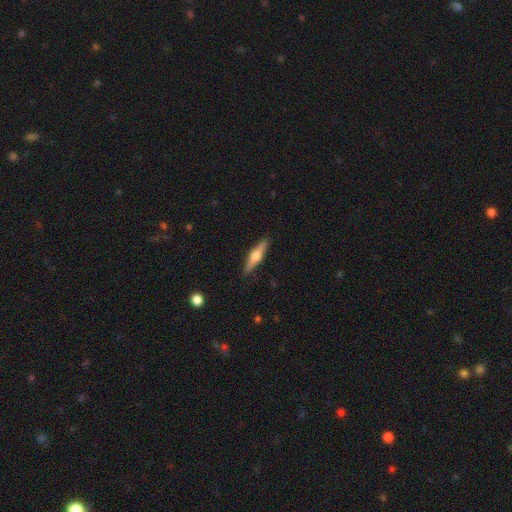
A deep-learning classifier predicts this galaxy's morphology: smooth_or_featured: featured or disk (p=0.63) [alt: smooth p=0.32]
disk_edge_on: yes (p=0.96) [alt: no p=0.04]
edge_on_bulge: rounded (p=0.93) [alt: boxy p=0.04]
merging: none (p=0.90) [alt: minor disturbance p=0.07]